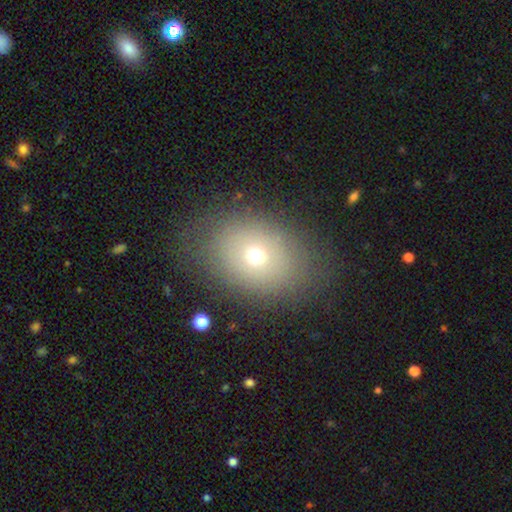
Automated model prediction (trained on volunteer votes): Smooth or featured: smooth — 66% (featured or disk — 19%)
How rounded: in between — 67% (round — 32%)
Merging: none — 81% (minor disturbance — 12%)